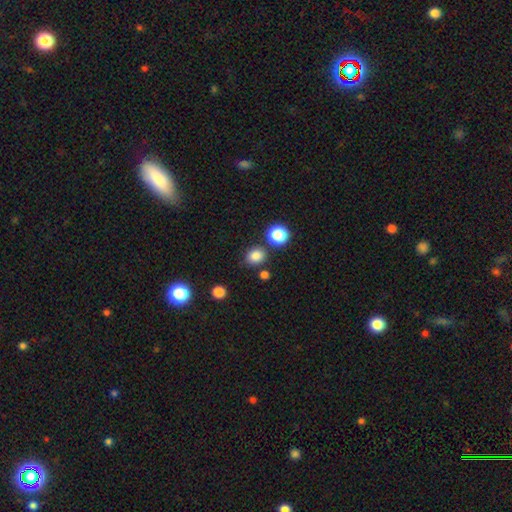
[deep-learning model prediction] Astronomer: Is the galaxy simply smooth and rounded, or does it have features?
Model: smooth — 83%.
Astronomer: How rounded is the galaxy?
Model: round — 69%.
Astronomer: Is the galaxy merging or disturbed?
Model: none — 78%.